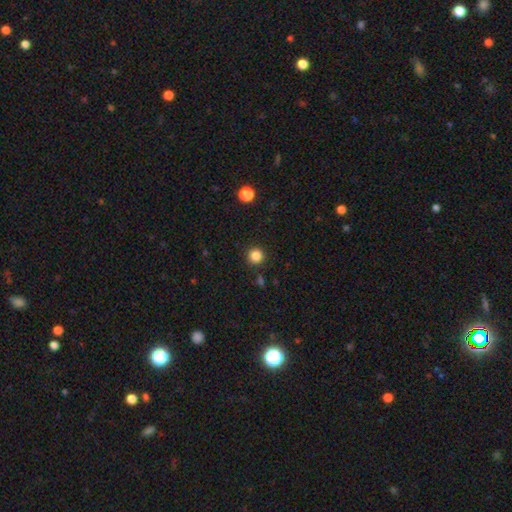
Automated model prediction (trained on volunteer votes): Smooth or featured: smooth — 85% (star or artifact — 12%)
How rounded: round — 95% (in between — 4%)
Merging: none — 91% (minor disturbance — 5%)